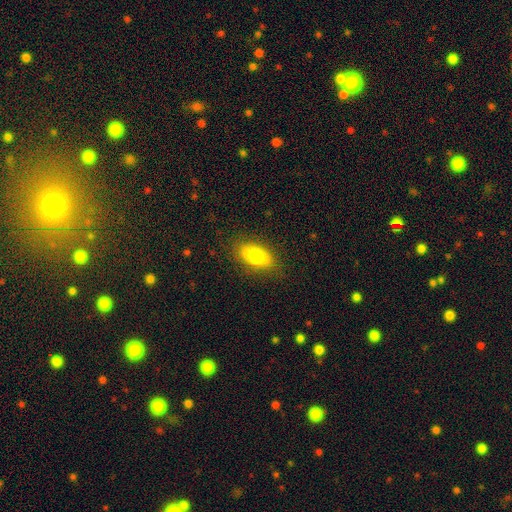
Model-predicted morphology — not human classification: The model was most divided on "smooth or featured": smooth: 76%, featured or disk: 17%, star or artifact: 7%. More confident: how rounded — in between (89%); merging — none (83%).